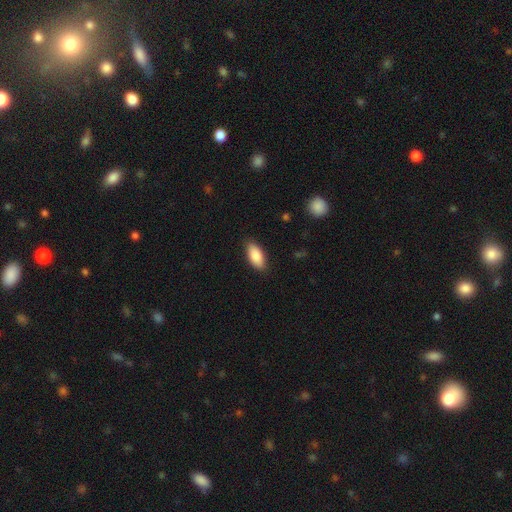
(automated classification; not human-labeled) smooth_or_featured: smooth (p=0.87) [alt: featured or disk p=0.07]
how_rounded: in between (p=0.90) [alt: cigar-shaped p=0.08]
merging: none (p=0.86) [alt: minor disturbance p=0.10]